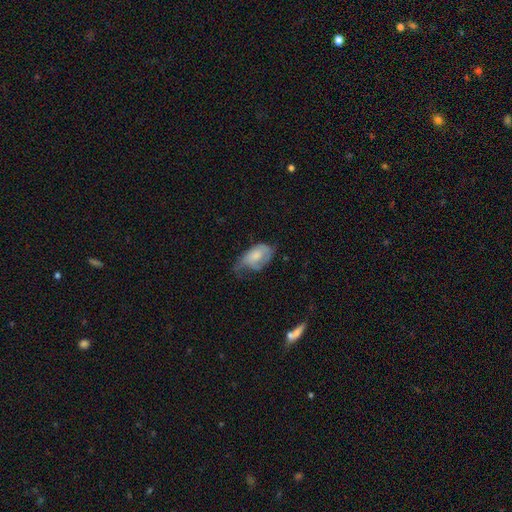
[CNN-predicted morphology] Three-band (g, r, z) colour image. It shows a smooth galaxy with no disk features (56%) that is in between round and cigar-shaped (90%). Merging: minor disturbance (39%).